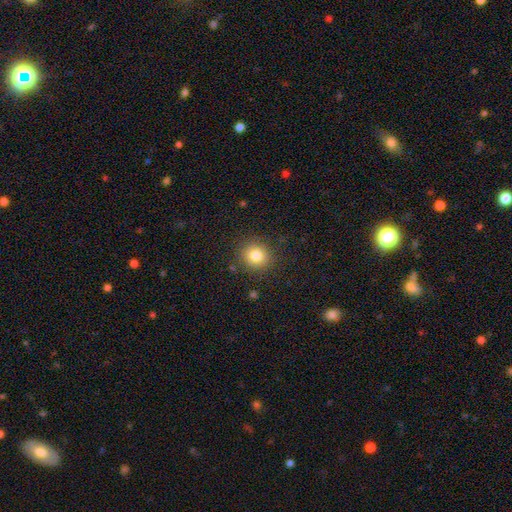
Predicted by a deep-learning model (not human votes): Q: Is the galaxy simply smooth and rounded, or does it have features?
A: smooth — 82%.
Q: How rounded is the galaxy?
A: round — 88%.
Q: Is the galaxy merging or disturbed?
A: none — 88%.